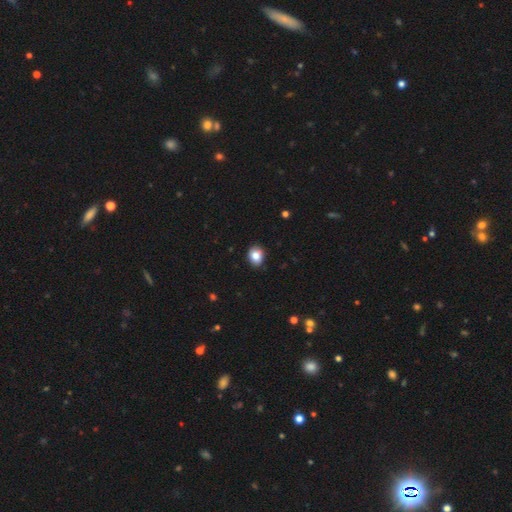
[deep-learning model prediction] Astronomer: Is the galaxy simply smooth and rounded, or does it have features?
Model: smooth — 84%.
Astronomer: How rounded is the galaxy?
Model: round — 53% (runner-up: in between, 46%).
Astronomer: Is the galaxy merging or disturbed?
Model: none — 88%.